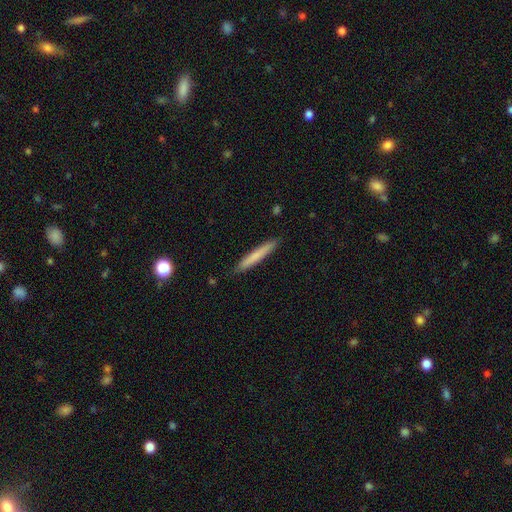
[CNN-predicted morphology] Smooth or featured? Predicted: smooth (p=0.74). How rounded? Predicted: cigar-shaped (p=0.96). Merging? Predicted: none (p=0.90).